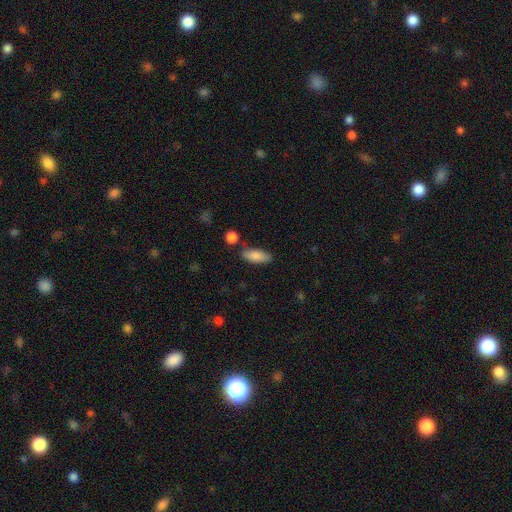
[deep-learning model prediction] Smooth or featured? smooth (84%)
How rounded? in between (77%)
Merging? none (77%)